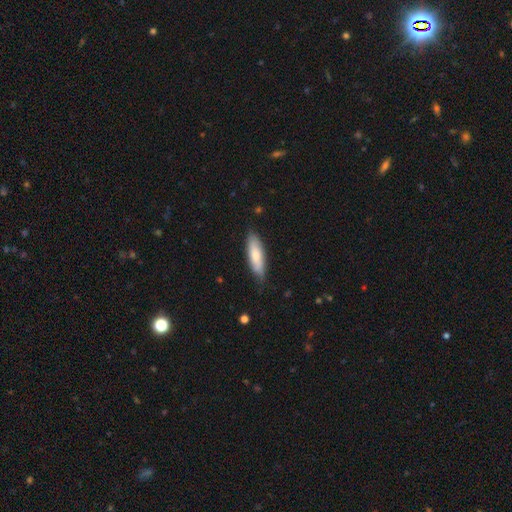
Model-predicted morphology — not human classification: Smooth or featured?
  - smooth: 76% *
  - featured or disk: 19%
  - star or artifact: 5%
How rounded?
  - cigar-shaped: 51% *
  - in between: 48%
  - round: 2%
Merging?
  - none: 78% *
  - minor disturbance: 17%
  - major disturbance: 3%
  - merger: 1%